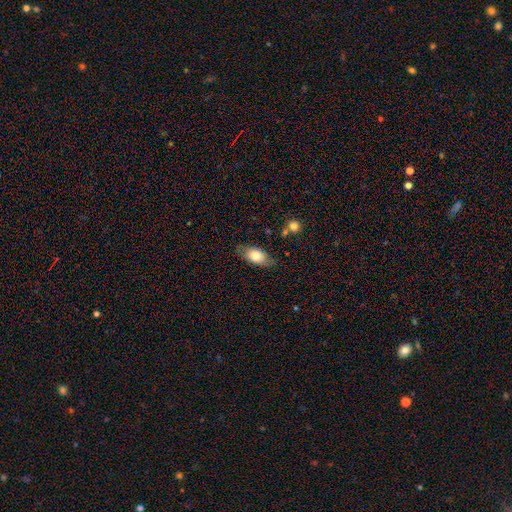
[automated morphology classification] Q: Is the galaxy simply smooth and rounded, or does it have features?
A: smooth — 72%.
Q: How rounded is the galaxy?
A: in between — 87%.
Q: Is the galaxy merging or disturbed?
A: none — 76%.